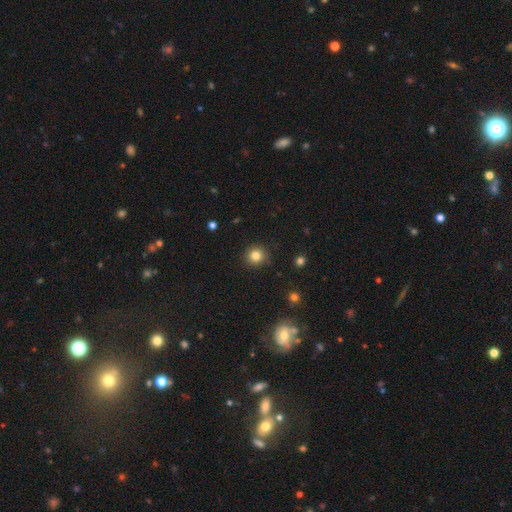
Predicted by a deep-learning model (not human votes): smooth-or-featured: smooth: 82% | star or artifact: 12% | featured or disk: 6%
  how-rounded: round: 93% | in between: 6% | cigar-shaped: 1%
  merging: none: 88% | minor disturbance: 9% | major disturbance: 2% | merger: 1%